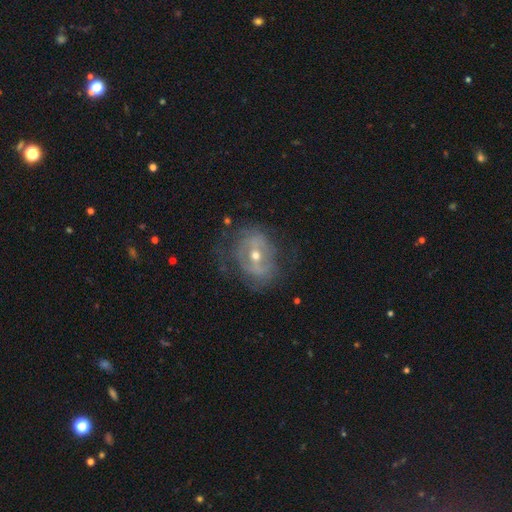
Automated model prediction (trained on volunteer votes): The model was most divided on "bar": weak: 37%, strong: 36%, no: 27%. More confident: edge-on disk — no (94%); smooth or featured — featured or disk (75%); merging — none (62%); bulge size — moderate (56%); spiral arms — yes (51%).